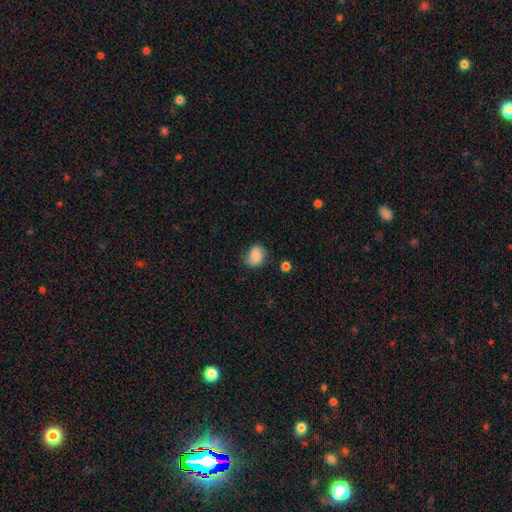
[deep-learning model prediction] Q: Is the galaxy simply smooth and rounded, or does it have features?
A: smooth — 73%.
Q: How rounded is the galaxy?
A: round — 56%.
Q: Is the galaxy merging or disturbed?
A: none — 61%.